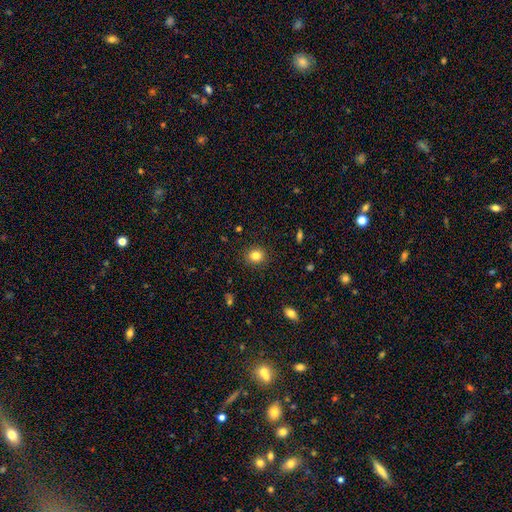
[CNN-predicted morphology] This appears to be a smooth galaxy with no disk features (83%) that is round (74%). Merging: none (90%).